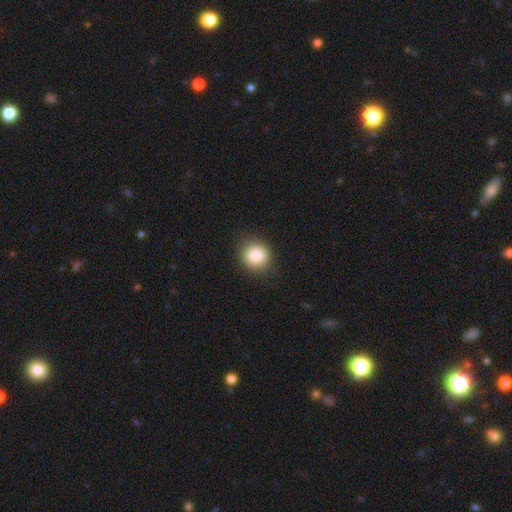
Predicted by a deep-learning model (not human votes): Smooth or featured: smooth — 86% (star or artifact — 9%)
How rounded: round — 87% (in between — 12%)
Merging: none — 87% (minor disturbance — 9%)